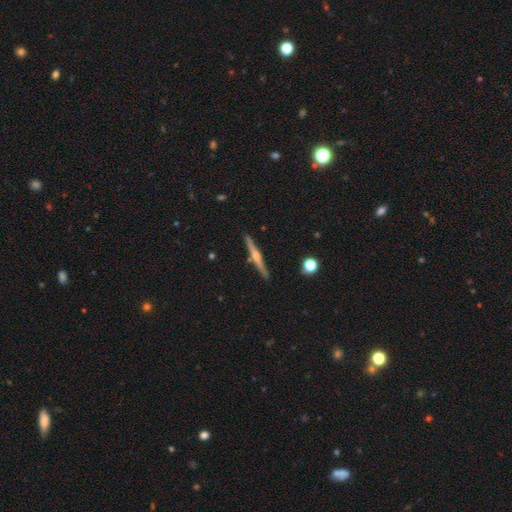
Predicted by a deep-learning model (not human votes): Smooth or featured? featured or disk (67%)
Edge-on disk? yes (98%)
Edge-on bulge? rounded (77%)
Merging? none (88%)